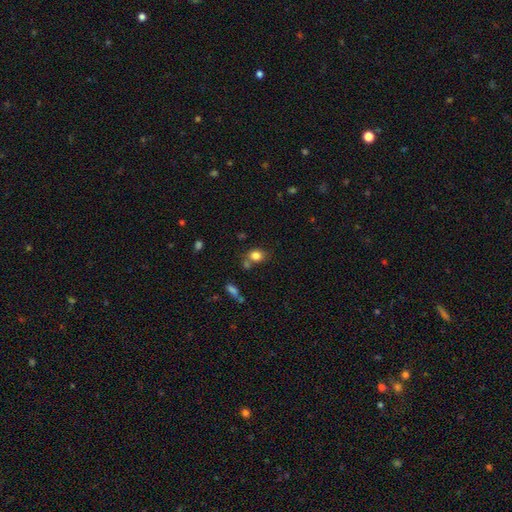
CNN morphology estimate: This is clearly a smooth galaxy (81%). How rounded: possibly round (50%). Merging: likely none (63%).